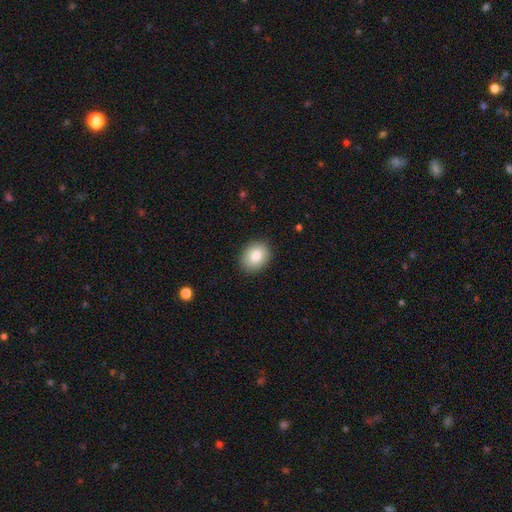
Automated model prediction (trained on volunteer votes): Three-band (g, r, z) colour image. It shows a smooth galaxy with no disk features (83%) that is in between round and cigar-shaped (59%). Merging: none (89%).